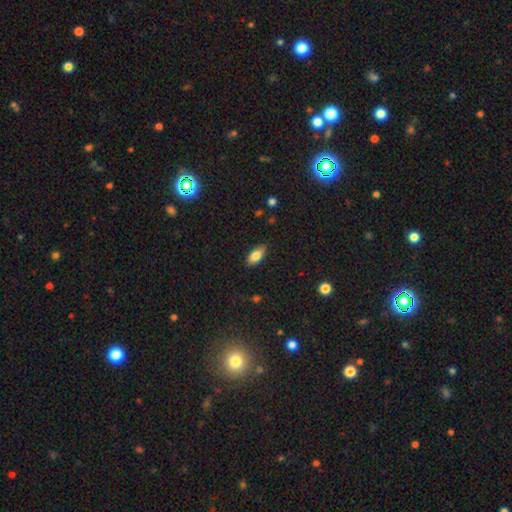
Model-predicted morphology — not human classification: Smooth or featured? smooth (79%)
How rounded? in between (89%)
Merging? none (84%)